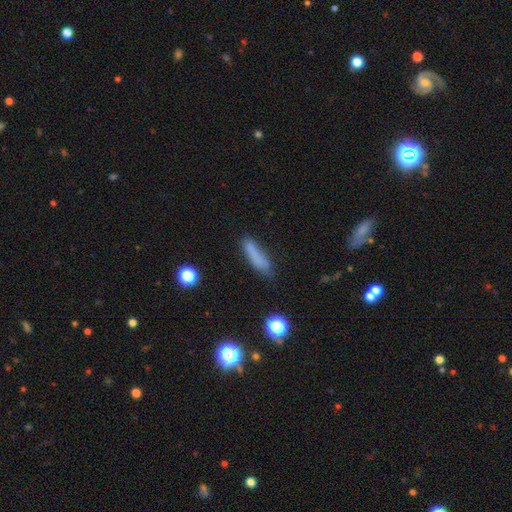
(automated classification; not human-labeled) Smooth or featured? smooth (74%)
How rounded? cigar-shaped (74%)
Merging? none (65%)